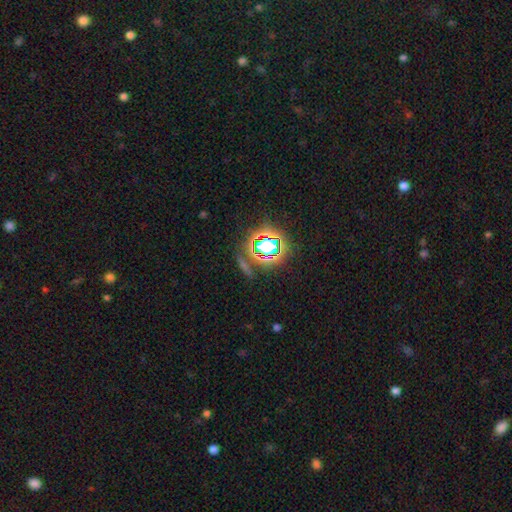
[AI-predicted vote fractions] A star or artifact, not a galaxy (80%).

Vote fractions:
- Smooth or featured? star or artifact: 80% / smooth: 12% / featured or disk: 8%